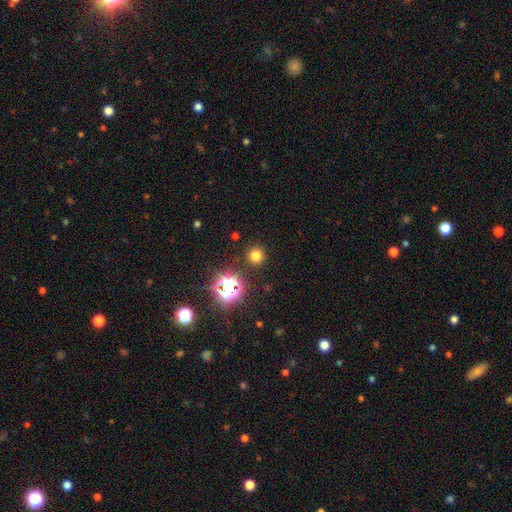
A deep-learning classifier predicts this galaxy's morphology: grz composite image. It shows a smooth galaxy with no disk features (73%) that is round (94%). Merging: none (90%).